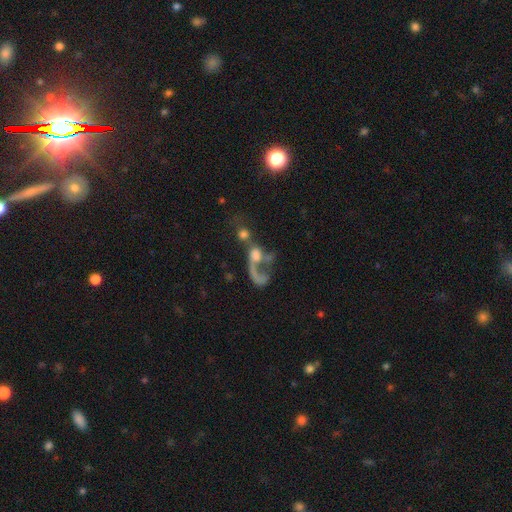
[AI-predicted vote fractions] This appears to be a featured or disk galaxy (50%). Merging: merger (51%).